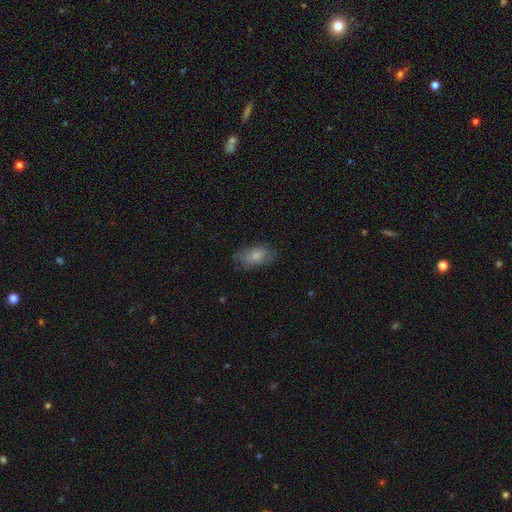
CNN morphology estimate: Q: Smooth or featured?
A: smooth (75%); runner-up: featured or disk (18%)
Q: How rounded?
A: in between (90%); runner-up: round (6%)
Q: Merging?
A: none (66%); runner-up: minor disturbance (25%)